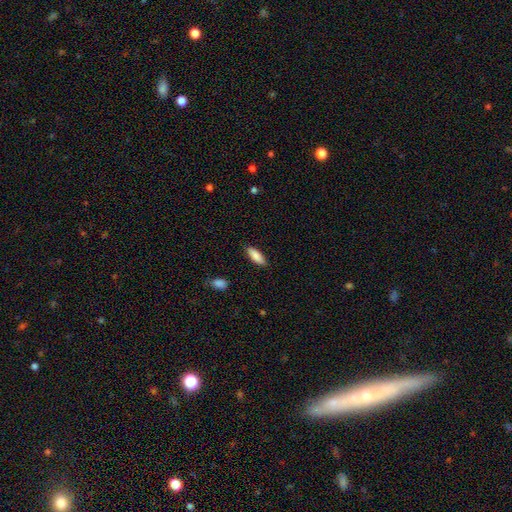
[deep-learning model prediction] Smooth or featured? Predicted: smooth (p=0.86). How rounded? Predicted: in between (p=0.67). Merging? Predicted: none (p=0.86).